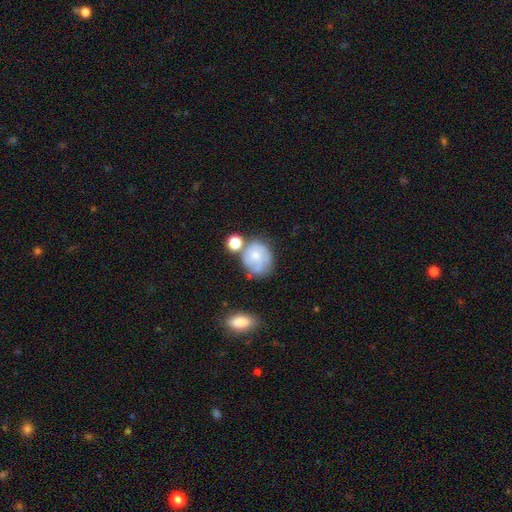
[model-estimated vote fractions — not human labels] A smooth galaxy with no disk features (52%) that is round (66%). Merging: none (46%).